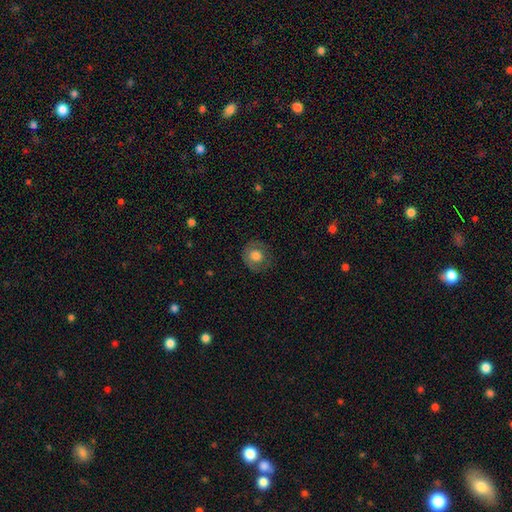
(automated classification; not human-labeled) Overall: smooth (71%). How rounded: round (85%). Merging: none (76%).